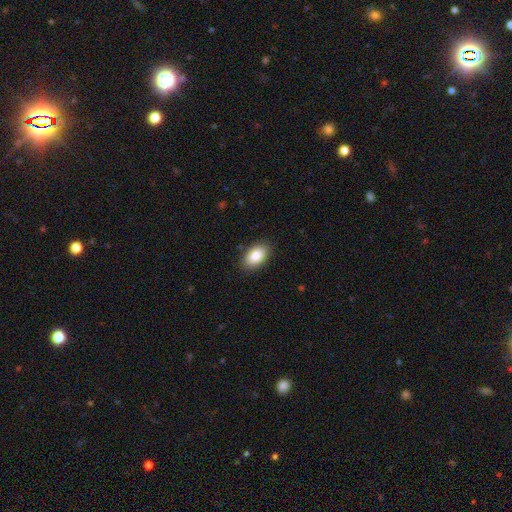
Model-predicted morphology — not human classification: A smooth galaxy with no disk features (87%) that is in between round and cigar-shaped (93%).

Vote fractions:
- Smooth or featured? smooth: 87% / star or artifact: 7% / featured or disk: 6%
- How rounded? in between: 93% / round: 6% / cigar-shaped: 1%
- Merging? none: 88% / minor disturbance: 9% / major disturbance: 2% / merger: 1%